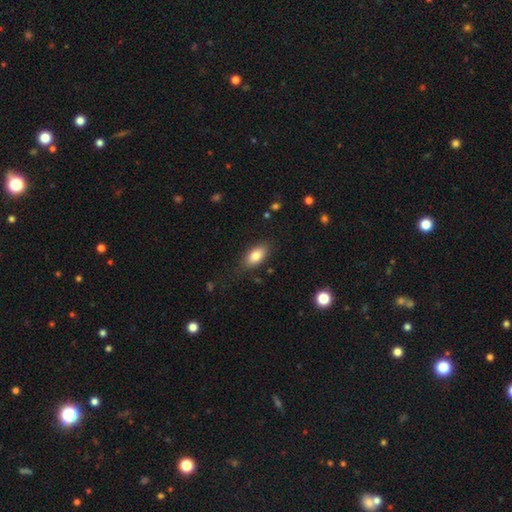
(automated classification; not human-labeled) Smooth or featured? Predicted: smooth (p=0.82). How rounded? Predicted: in between (p=0.90). Merging? Predicted: none (p=0.81).